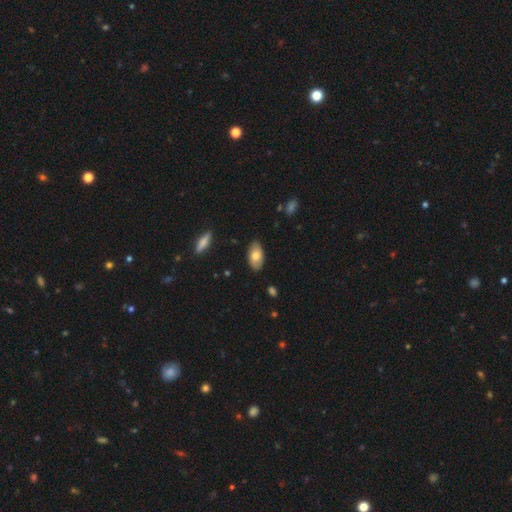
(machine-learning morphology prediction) smooth-or-featured: smooth: 73% | featured or disk: 21% | star or artifact: 6%
  how-rounded: in between: 94% | round: 3% | cigar-shaped: 3%
  merging: none: 84% | minor disturbance: 13% | major disturbance: 2% | merger: 1%